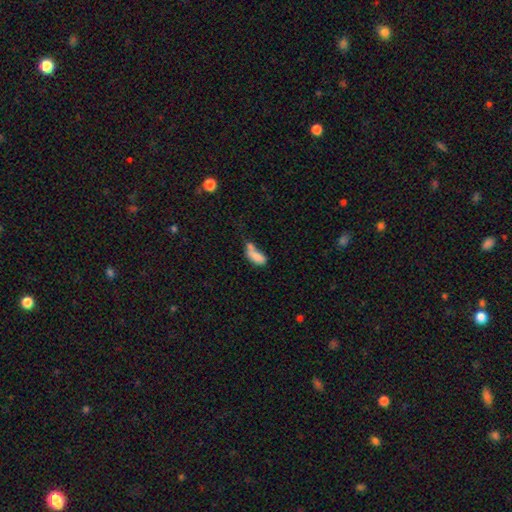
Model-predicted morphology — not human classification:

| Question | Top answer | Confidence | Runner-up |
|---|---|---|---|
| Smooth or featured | smooth | 76% | featured or disk (14%) |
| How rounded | in between | 81% | cigar-shaped (15%) |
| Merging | merger | 46% | none (22%) |